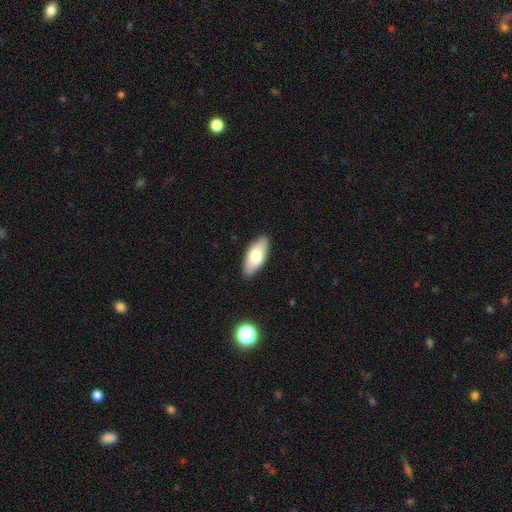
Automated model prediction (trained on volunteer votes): The model was most divided on "smooth or featured": smooth: 71%, featured or disk: 24%, star or artifact: 6%. More confident: merging — none (88%); how rounded — in between (85%).